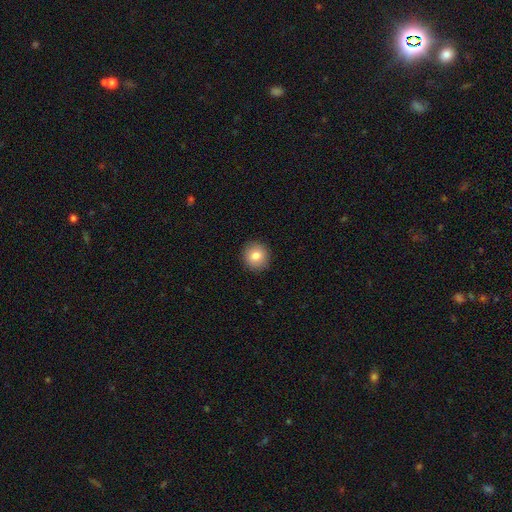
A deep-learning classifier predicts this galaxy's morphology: Smooth or featured? Predicted: smooth (p=0.82). How rounded? Predicted: round (p=0.92). Merging? Predicted: none (p=0.92).